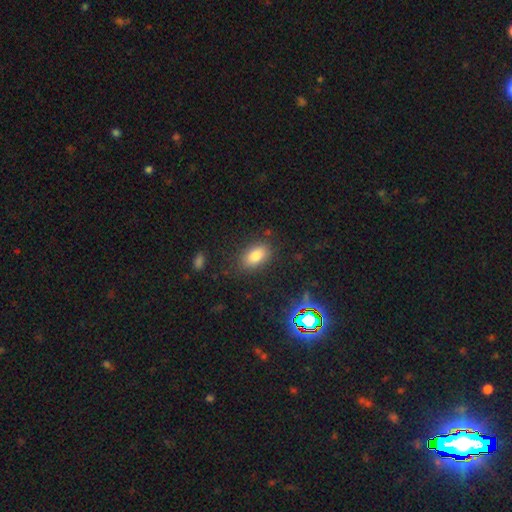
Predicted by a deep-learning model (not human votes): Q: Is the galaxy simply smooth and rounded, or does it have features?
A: smooth — 81%.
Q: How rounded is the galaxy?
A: in between — 90%.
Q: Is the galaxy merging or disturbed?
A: none — 83%.